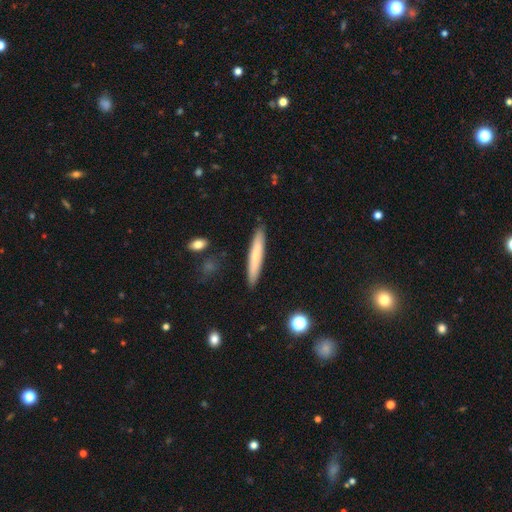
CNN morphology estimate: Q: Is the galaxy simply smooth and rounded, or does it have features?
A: smooth — 65%.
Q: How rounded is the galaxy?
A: cigar-shaped — 94%.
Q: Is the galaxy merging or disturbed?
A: none — 90%.